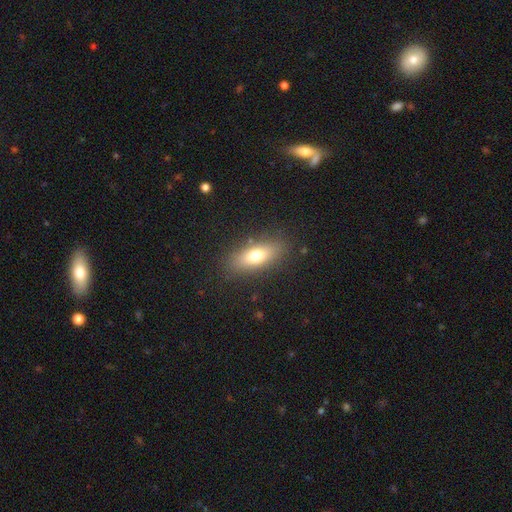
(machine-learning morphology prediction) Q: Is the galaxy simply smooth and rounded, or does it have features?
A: smooth — 70%.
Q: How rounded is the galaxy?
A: in between — 71%.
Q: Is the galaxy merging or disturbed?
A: none — 85%.